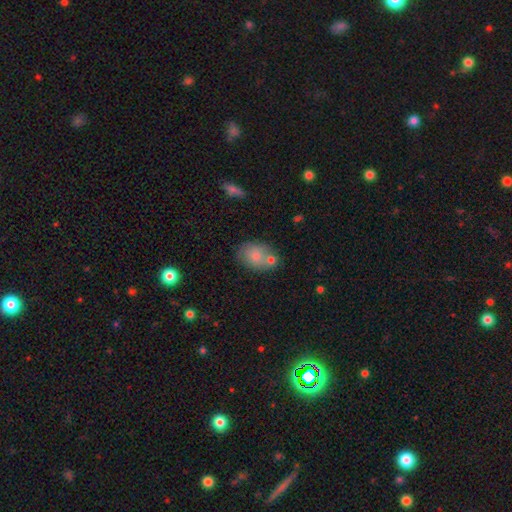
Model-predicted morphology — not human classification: A smooth galaxy with no disk features (75%) that is in between round and cigar-shaped (68%).

Vote fractions:
- Smooth or featured? smooth: 75% / featured or disk: 17% / star or artifact: 8%
- How rounded? in between: 68% / round: 30% / cigar-shaped: 1%
- Merging? none: 52% / merger: 22% / minor disturbance: 19% / major disturbance: 6%